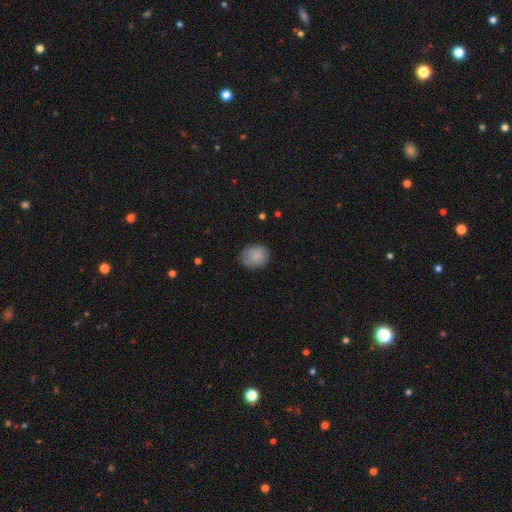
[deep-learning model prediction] A smooth galaxy with no disk features (84%) that is round (55%).

Vote fractions:
- Smooth or featured? smooth: 84% / featured or disk: 9% / star or artifact: 7%
- How rounded? round: 55% / in between: 44% / cigar-shaped: 1%
- Merging? none: 73% / minor disturbance: 21% / major disturbance: 5% / merger: 1%